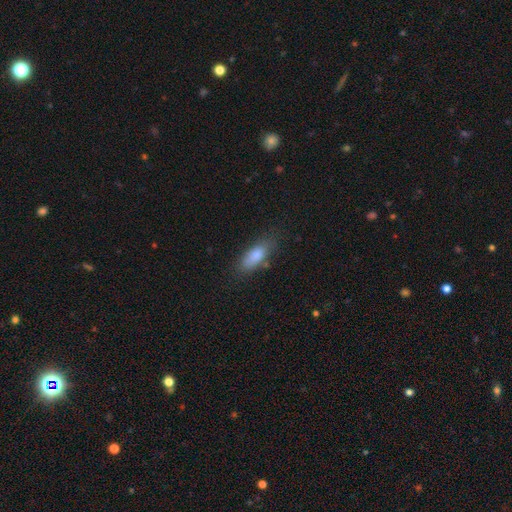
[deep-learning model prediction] Smooth or featured? smooth (83%)
How rounded? in between (75%)
Merging? none (71%)